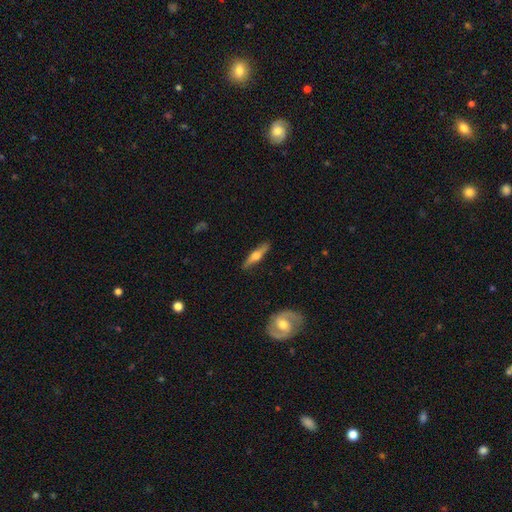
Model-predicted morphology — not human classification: Q: Smooth or featured?
A: featured or disk (61%); runner-up: smooth (33%)
Q: Edge-on disk?
A: yes (95%); runner-up: no (5%)
Q: Edge-on bulge?
A: rounded (89%); runner-up: boxy (7%)
Q: Merging?
A: none (88%); runner-up: minor disturbance (9%)